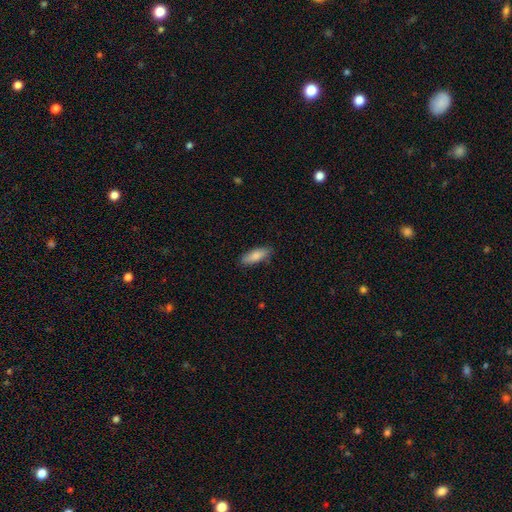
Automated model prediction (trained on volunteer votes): smooth-or-featured: smooth: 84% | featured or disk: 10% | star or artifact: 6%
  how-rounded: in between: 64% | cigar-shaped: 34% | round: 2%
  merging: none: 84% | minor disturbance: 13% | major disturbance: 2% | merger: 1%